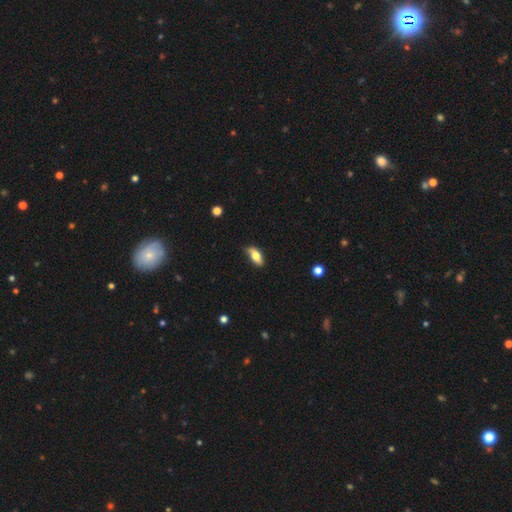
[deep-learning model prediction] The model was most divided on "merging": none: 66%, minor disturbance: 27%, major disturbance: 5%, merger: 2%. More confident: how rounded — in between (84%); smooth or featured — smooth (72%).